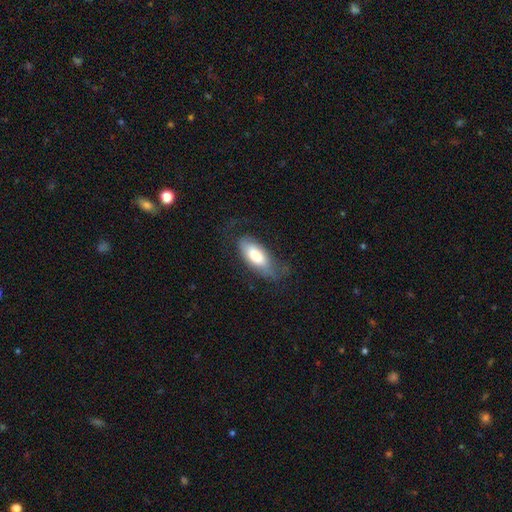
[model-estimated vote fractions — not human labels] The model was most divided on "merging": none: 53%, minor disturbance: 27%, major disturbance: 18%, merger: 2%. More confident: how rounded — in between (82%); smooth or featured — smooth (70%).